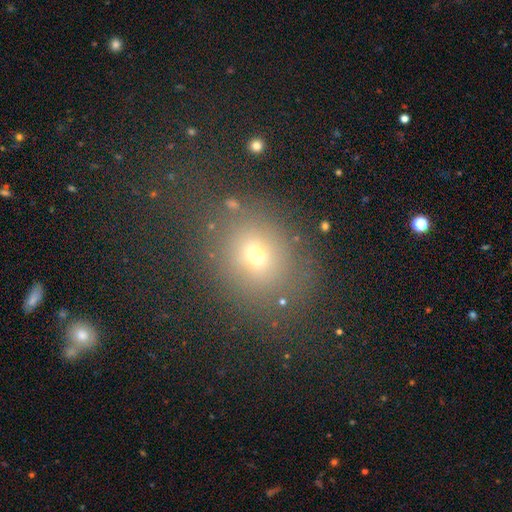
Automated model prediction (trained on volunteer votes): smooth_or_featured: smooth (p=0.64) [alt: star or artifact p=0.24]
how_rounded: round (p=0.63) [alt: in between p=0.36]
merging: none (p=0.71) [alt: minor disturbance p=0.14]